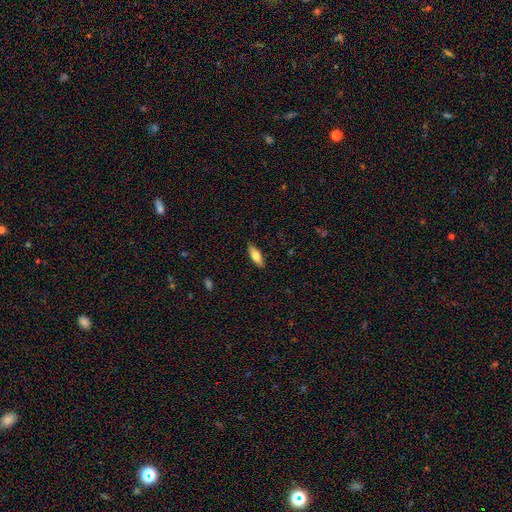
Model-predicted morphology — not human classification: type=smooth (74%); roundness=in between (59%); merging=none (87%).